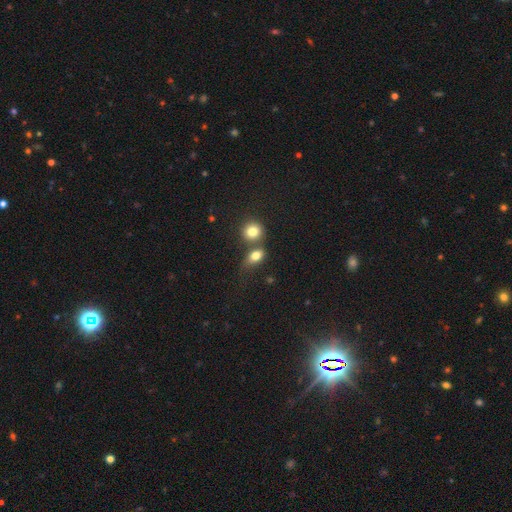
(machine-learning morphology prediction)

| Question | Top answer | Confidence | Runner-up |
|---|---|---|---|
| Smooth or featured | smooth | 79% | star or artifact (11%) |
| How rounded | in between | 59% | round (38%) |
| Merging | merger | 40% | none (39%) |